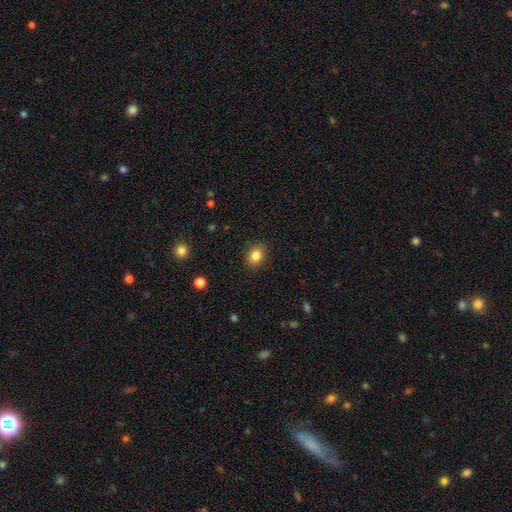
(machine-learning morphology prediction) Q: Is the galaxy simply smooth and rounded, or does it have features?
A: smooth — 84%.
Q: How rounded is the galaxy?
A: in between — 50%.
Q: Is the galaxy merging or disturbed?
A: none — 88%.